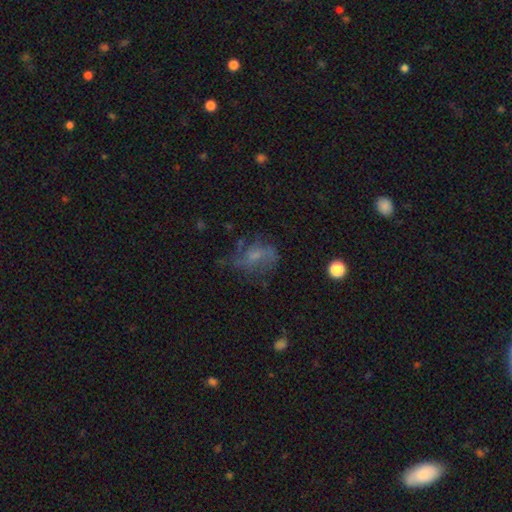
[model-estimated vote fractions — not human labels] Q: Smooth or featured?
A: featured or disk (49%); runner-up: smooth (36%)
Q: Merging?
A: none (44%); runner-up: major disturbance (29%)